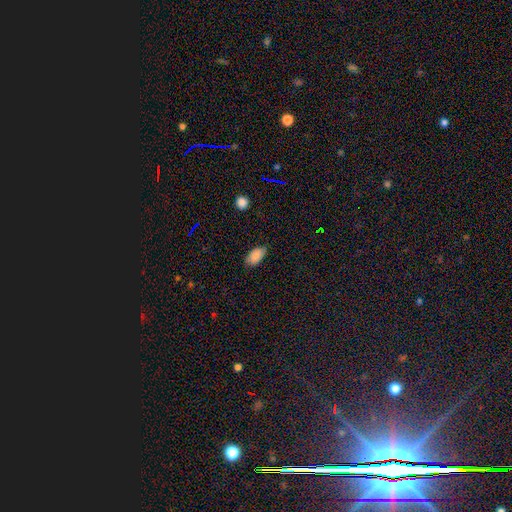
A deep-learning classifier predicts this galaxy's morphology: This appears to be a smooth galaxy with no disk features (85%) that is in between round and cigar-shaped (93%). Merging: none (79%).